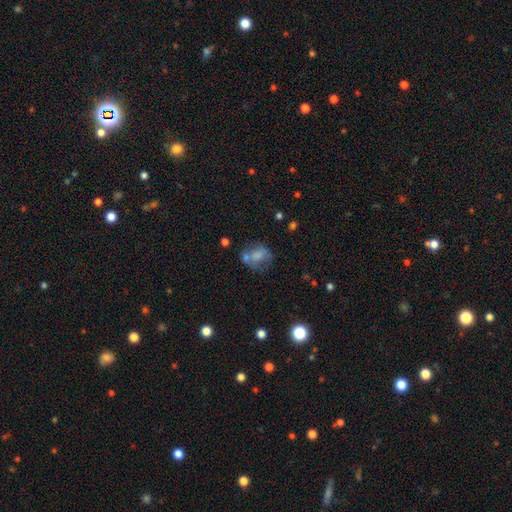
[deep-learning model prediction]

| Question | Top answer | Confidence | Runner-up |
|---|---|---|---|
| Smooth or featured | smooth | 56% | featured or disk (32%) |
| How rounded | in between | 56% | round (42%) |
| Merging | none | 39% | merger (25%) |